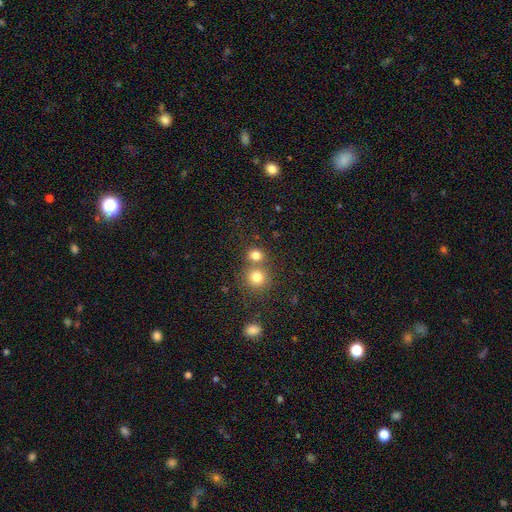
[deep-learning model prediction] Smooth or featured? smooth (79%)
How rounded? round (80%)
Merging? none (55%)